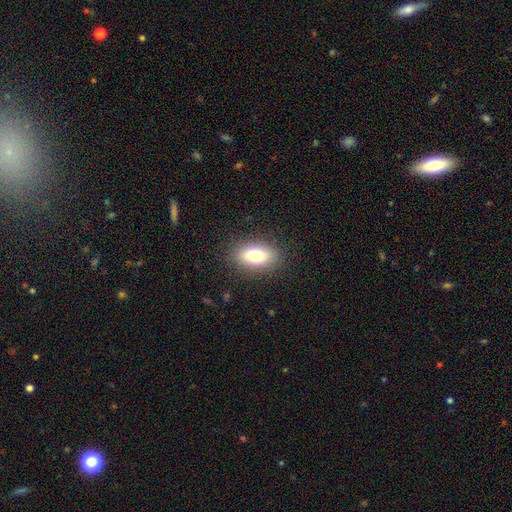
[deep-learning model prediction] A smooth galaxy with no disk features (80%) that is in between round and cigar-shaped (89%).

Vote fractions:
- Smooth or featured? smooth: 80% / featured or disk: 11% / star or artifact: 8%
- How rounded? in between: 89% / round: 7% / cigar-shaped: 4%
- Merging? none: 86% / minor disturbance: 10% / major disturbance: 3% / merger: 1%